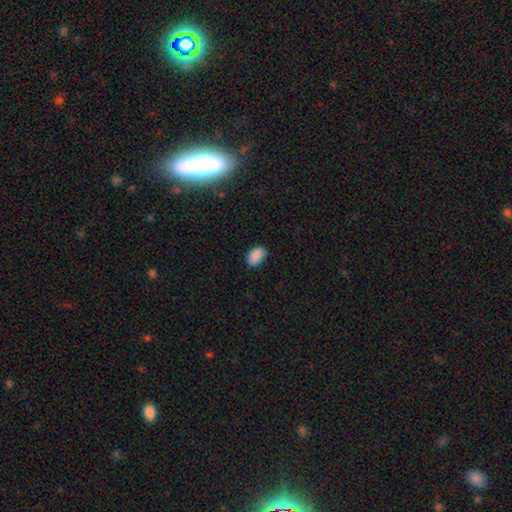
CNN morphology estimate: Q: Smooth or featured?
A: smooth (88%); runner-up: star or artifact (8%)
Q: How rounded?
A: in between (89%); runner-up: round (10%)
Q: Merging?
A: none (79%); runner-up: minor disturbance (17%)